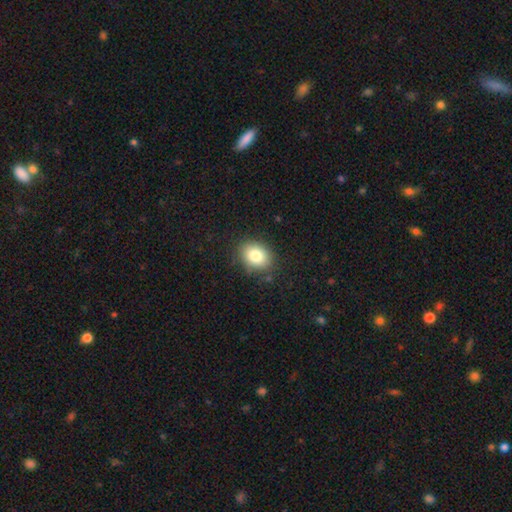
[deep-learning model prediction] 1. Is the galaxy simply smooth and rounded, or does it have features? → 82% smooth, 9% star or artifact, 9% featured or disk.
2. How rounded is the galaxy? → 61% in between, 38% round, 1% cigar-shaped.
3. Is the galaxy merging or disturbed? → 85% none, 11% minor disturbance, 3% major disturbance, 1% merger.